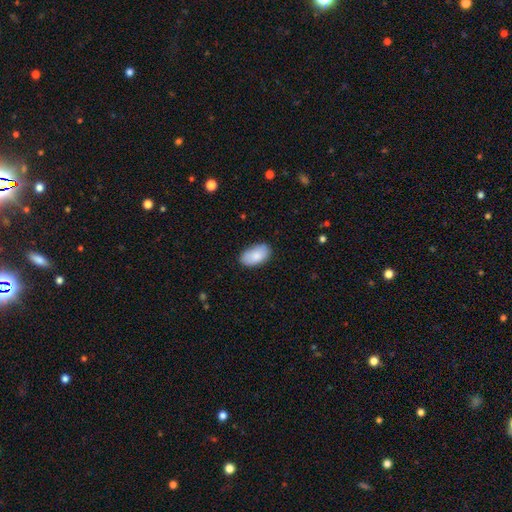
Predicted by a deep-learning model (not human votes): A smooth galaxy with no disk features (86%) that is in between round and cigar-shaped (95%).

Vote fractions:
- Smooth or featured? smooth: 86% / featured or disk: 8% / star or artifact: 6%
- How rounded? in between: 95% / round: 4% / cigar-shaped: 2%
- Merging? none: 81% / minor disturbance: 15% / major disturbance: 3% / merger: 1%